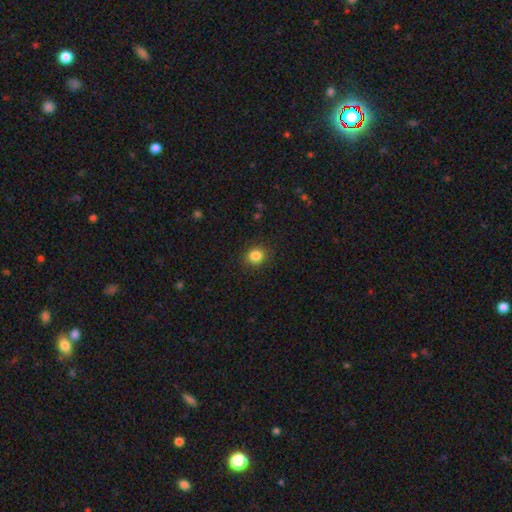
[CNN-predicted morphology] This appears to be a smooth galaxy with no disk features (85%) that is round (76%). Merging: none (89%).